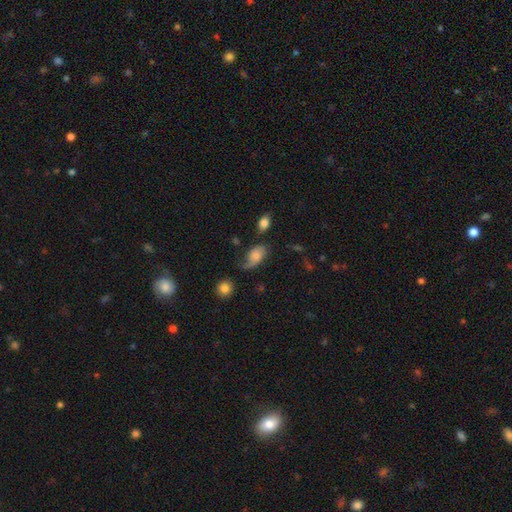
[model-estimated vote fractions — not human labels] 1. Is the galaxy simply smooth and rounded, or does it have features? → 59% smooth, 31% featured or disk, 9% star or artifact.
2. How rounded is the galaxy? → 88% in between, 9% round, 2% cigar-shaped.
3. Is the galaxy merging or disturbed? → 39% none, 33% minor disturbance, 24% major disturbance, 5% merger.